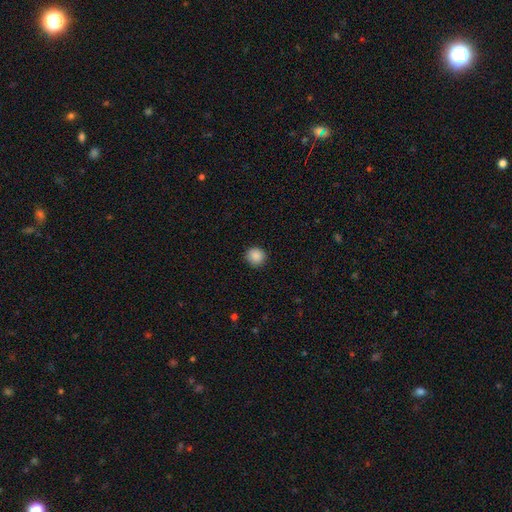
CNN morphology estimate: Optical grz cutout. It shows a smooth galaxy with no disk features (88%) that is round (92%). Merging: none (91%).